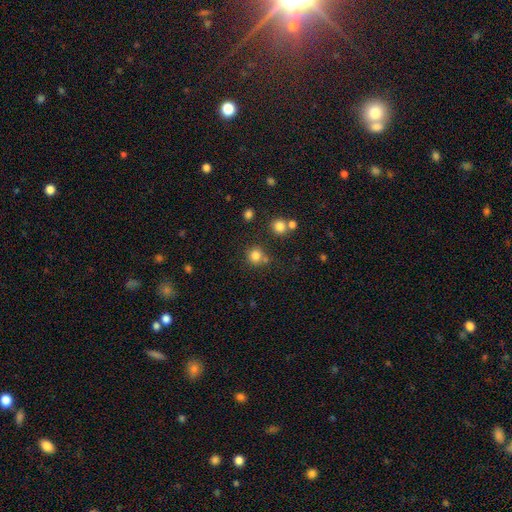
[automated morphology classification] Q: Smooth or featured?
A: smooth (81%); runner-up: star or artifact (13%)
Q: How rounded?
A: round (91%); runner-up: in between (8%)
Q: Merging?
A: none (71%); runner-up: merger (14%)